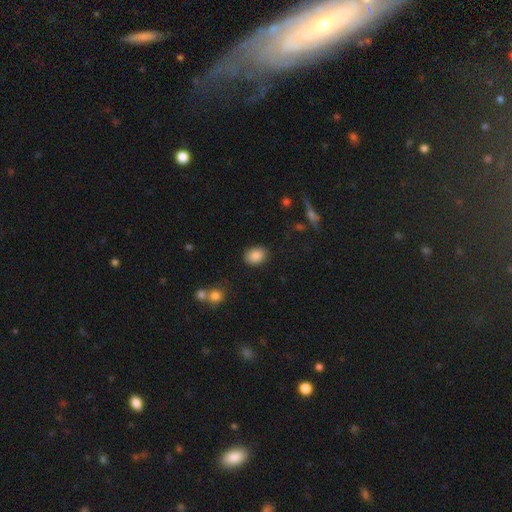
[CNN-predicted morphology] Smooth or featured?
  - smooth: 87% *
  - star or artifact: 8%
  - featured or disk: 5%
How rounded?
  - in between: 59% *
  - round: 40%
  - cigar-shaped: 1%
Merging?
  - none: 86% *
  - minor disturbance: 10%
  - major disturbance: 3%
  - merger: 2%